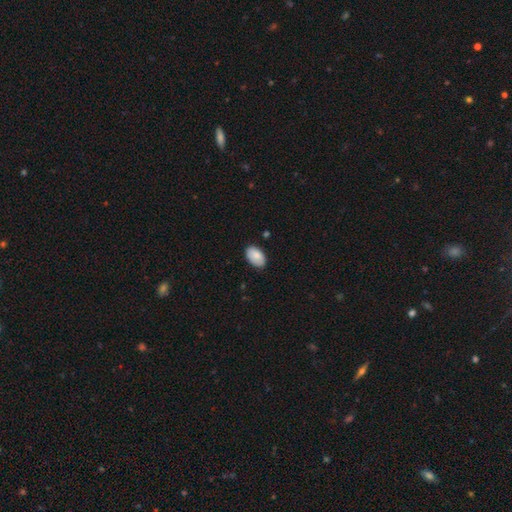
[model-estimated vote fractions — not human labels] Morphology: type=smooth (85%); roundness=in between (93%); merging=none (82%).